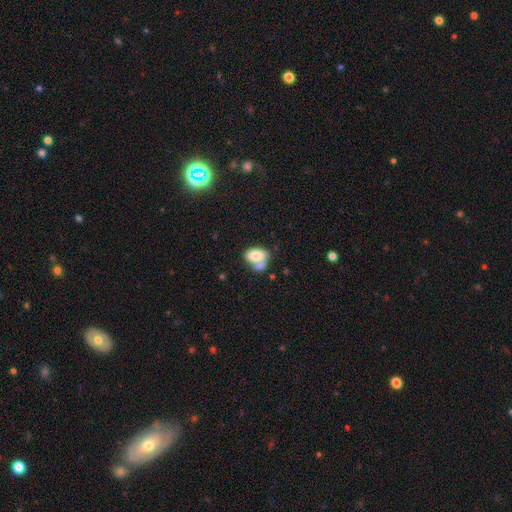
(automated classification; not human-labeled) The model was most divided on "merging": merger: 49%, none: 32%, minor disturbance: 13%, major disturbance: 6%. More confident: how rounded — in between (87%); smooth or featured — smooth (78%).